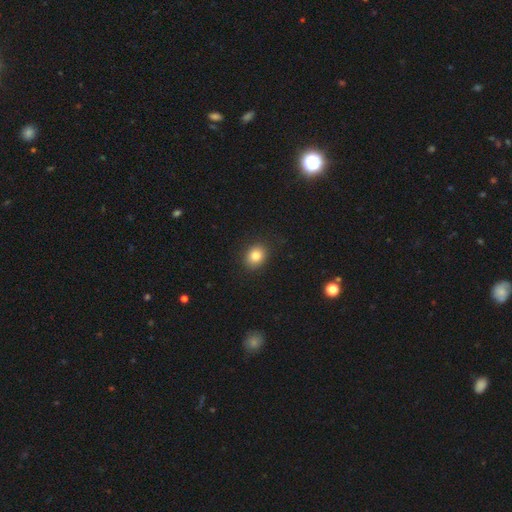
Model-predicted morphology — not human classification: Overall: smooth (82%). How rounded: round (60%; in between 39%). Merging: none (89%).